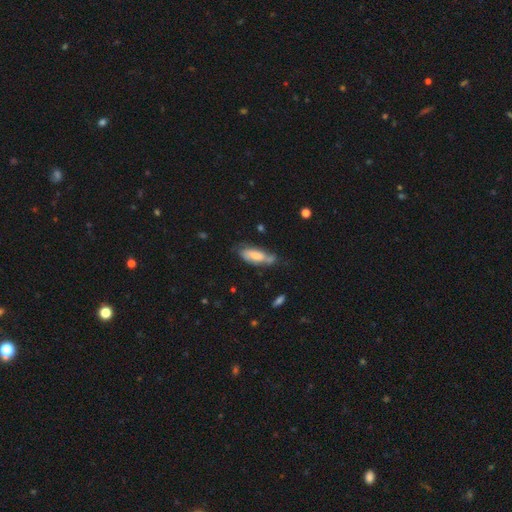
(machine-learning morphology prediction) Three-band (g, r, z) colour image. It shows a smooth galaxy with no disk features (60%) that is in between round and cigar-shaped (69%). Merging: none (46%).